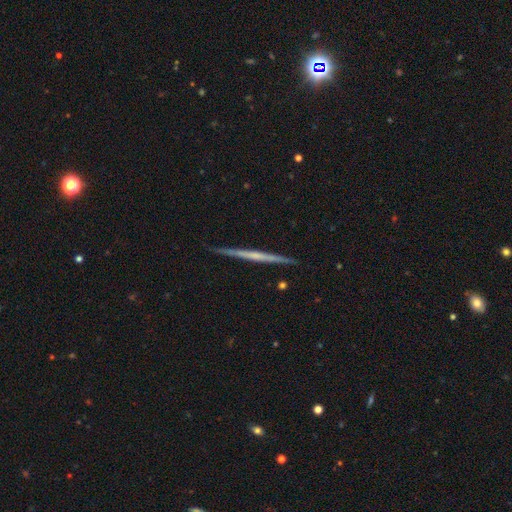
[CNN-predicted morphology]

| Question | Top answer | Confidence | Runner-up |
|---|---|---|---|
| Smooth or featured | featured or disk | 66% | smooth (29%) |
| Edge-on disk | yes | 98% | no (2%) |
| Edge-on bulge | none | 80% | rounded (14%) |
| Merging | none | 90% | minor disturbance (7%) |